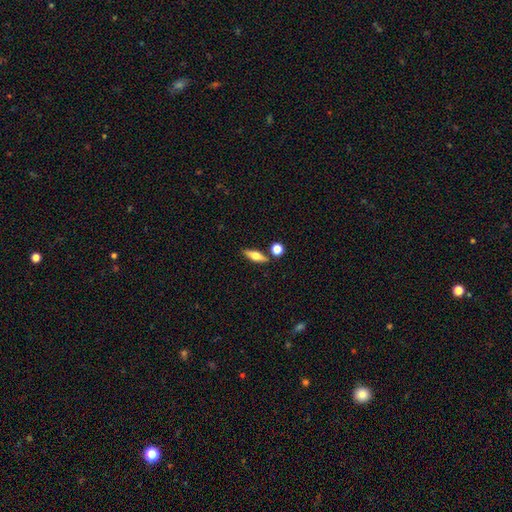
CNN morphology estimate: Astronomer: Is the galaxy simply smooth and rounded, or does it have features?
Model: smooth — 48% (runner-up: featured or disk, 44%).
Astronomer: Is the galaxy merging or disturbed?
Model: none — 80%.